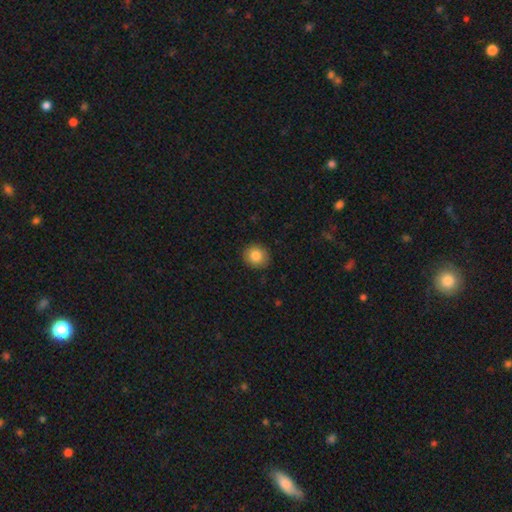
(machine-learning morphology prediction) type=smooth (83%); roundness=round (87%); merging=none (90%).